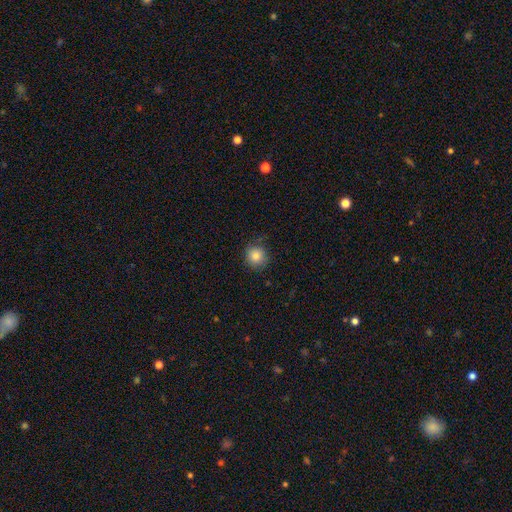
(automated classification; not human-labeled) Overall: smooth (83%). How rounded: round (92%). Merging: none (80%).